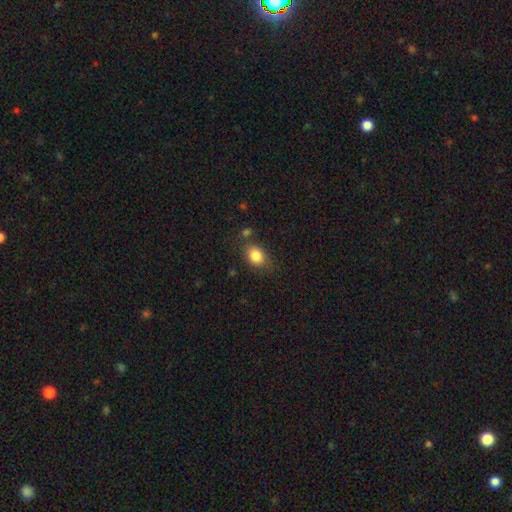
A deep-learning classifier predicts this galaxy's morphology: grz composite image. It shows a smooth galaxy with no disk features (85%) that is in between round and cigar-shaped (63%). Merging: none (73%).